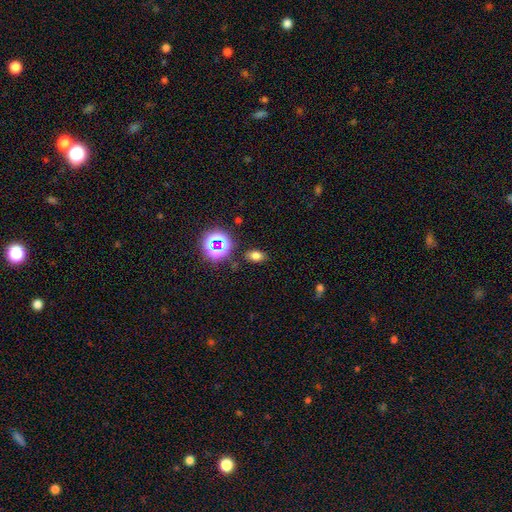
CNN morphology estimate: smooth_or_featured: smooth (p=0.71) [alt: star or artifact p=0.21]
how_rounded: in between (p=0.79) [alt: round p=0.19]
merging: none (p=0.84) [alt: minor disturbance p=0.10]